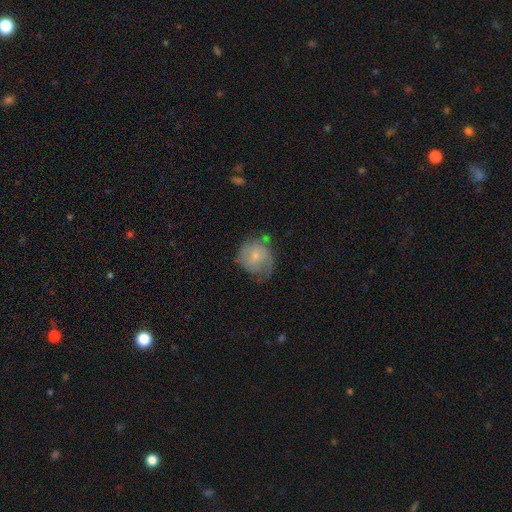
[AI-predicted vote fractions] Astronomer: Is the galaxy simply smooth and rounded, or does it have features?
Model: featured or disk — 47% (runner-up: smooth, 45%).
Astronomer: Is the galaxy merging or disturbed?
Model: none — 44% (runner-up: minor disturbance, 32%).